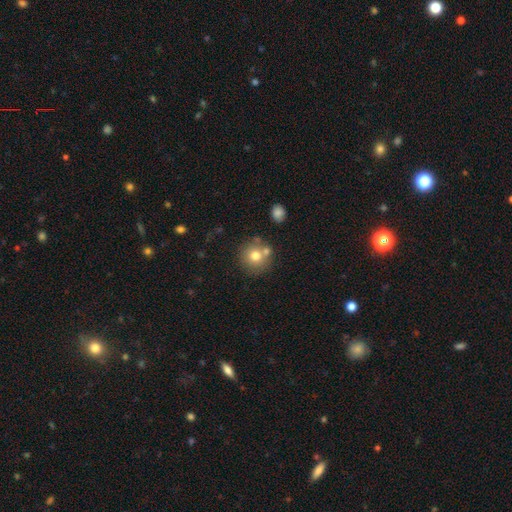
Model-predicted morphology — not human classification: Overall: smooth (73%). How rounded: round (91%). Merging: none (65%).